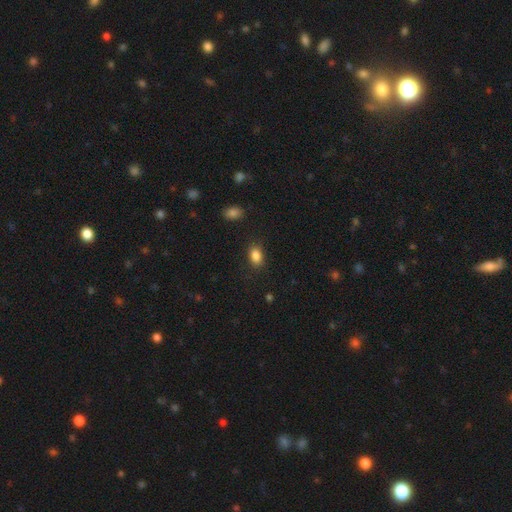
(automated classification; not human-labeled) Smooth or featured?
  - smooth: 86% *
  - star or artifact: 9%
  - featured or disk: 5%
How rounded?
  - in between: 84% *
  - round: 15%
  - cigar-shaped: 2%
Merging?
  - none: 85% *
  - minor disturbance: 10%
  - major disturbance: 3%
  - merger: 1%